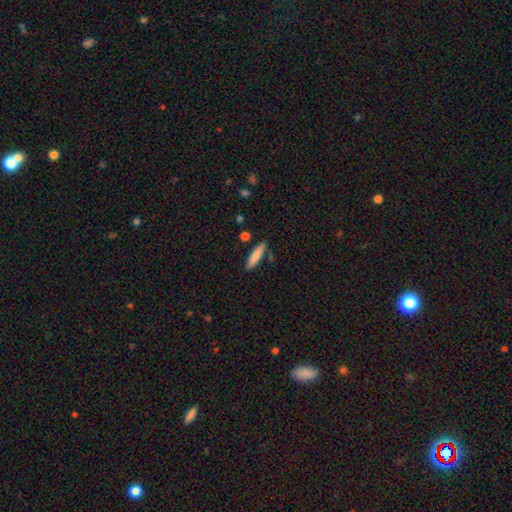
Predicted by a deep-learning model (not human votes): This appears to be a smooth galaxy with no disk features (81%) that is cigar-shaped (82%). Merging: none (82%).